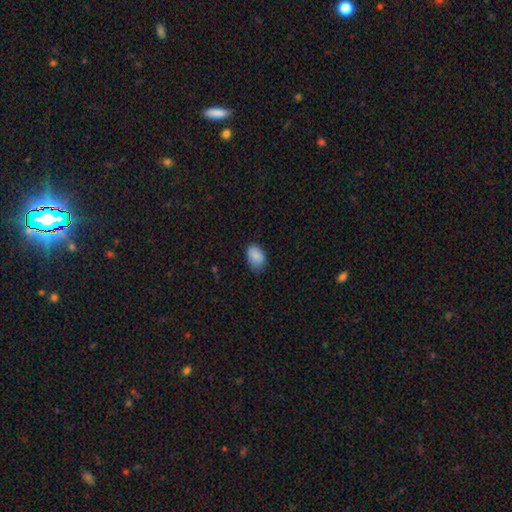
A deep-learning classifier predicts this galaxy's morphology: smooth 88%, star or artifact 8%, featured or disk 5%. Down the decision tree: how rounded — in between (87%); merging — none (67%).